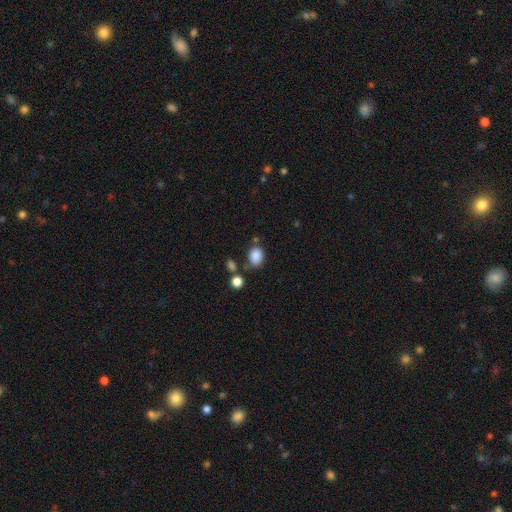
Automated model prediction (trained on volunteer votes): smooth-or-featured: smooth: 86% | star or artifact: 10% | featured or disk: 4%
  how-rounded: in between: 67% | round: 32% | cigar-shaped: 1%
  merging: none: 68% | minor disturbance: 16% | merger: 10% | major disturbance: 5%